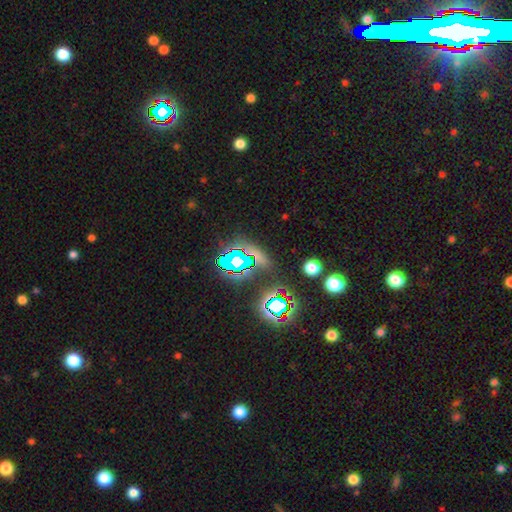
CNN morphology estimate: A star or artifact, not a galaxy (62%).